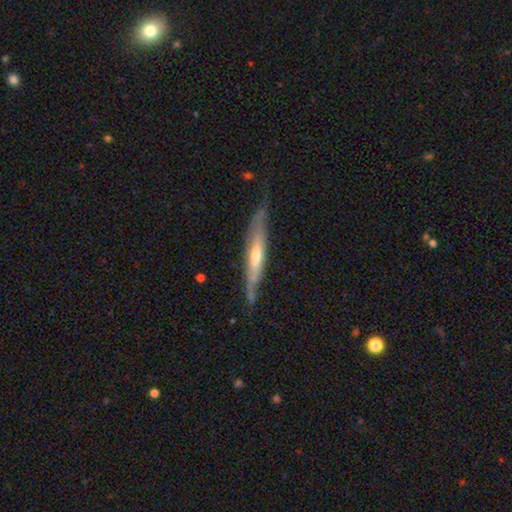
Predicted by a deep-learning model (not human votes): featured or disk 62%, smooth 32%, star or artifact 5%. Down the decision tree: edge-on disk — yes (83%); edge-on bulge — rounded (52%); merging — none (70%).